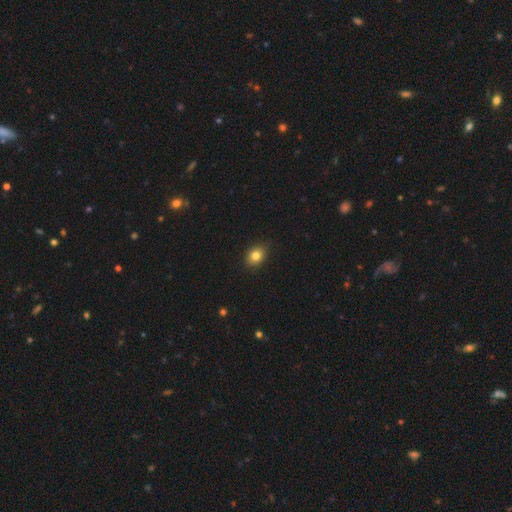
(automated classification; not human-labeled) The model was most divided on "how rounded": in between: 57%, round: 42%, cigar-shaped: 1%. More confident: merging — none (88%); smooth or featured — smooth (82%).